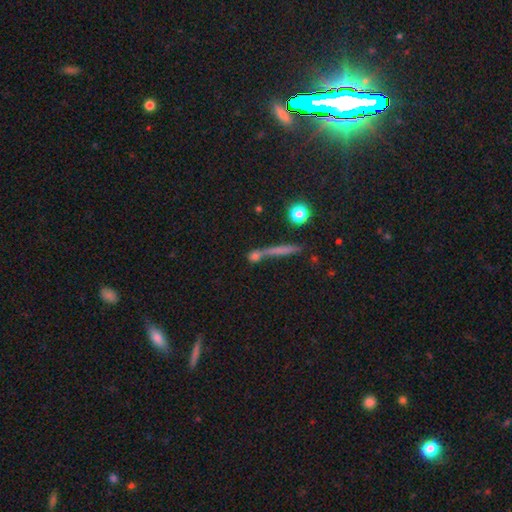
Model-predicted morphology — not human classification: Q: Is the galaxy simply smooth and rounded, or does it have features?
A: star or artifact — 45%.